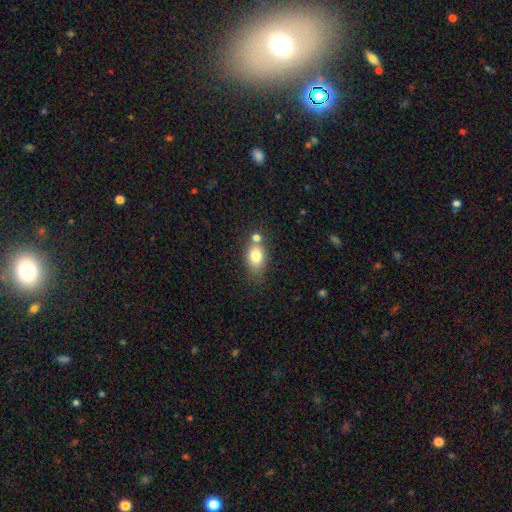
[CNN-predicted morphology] Smooth or featured: smooth — 76% (featured or disk — 14%)
How rounded: in between — 72% (round — 25%)
Merging: none — 51% (merger — 28%)